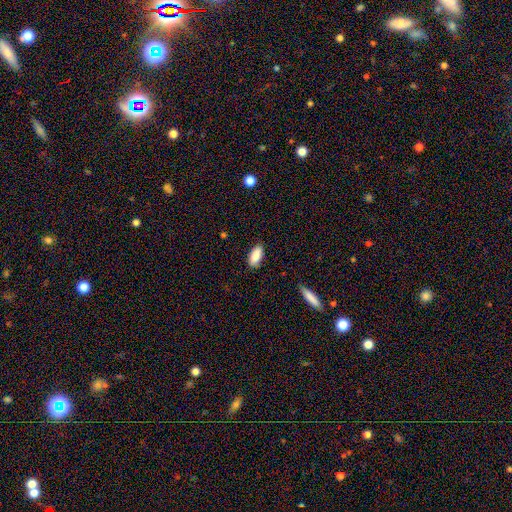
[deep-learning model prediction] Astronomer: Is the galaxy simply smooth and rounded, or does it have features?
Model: smooth — 88%.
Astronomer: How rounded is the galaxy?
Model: in between — 88%.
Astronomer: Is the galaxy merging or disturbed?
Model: none — 84%.